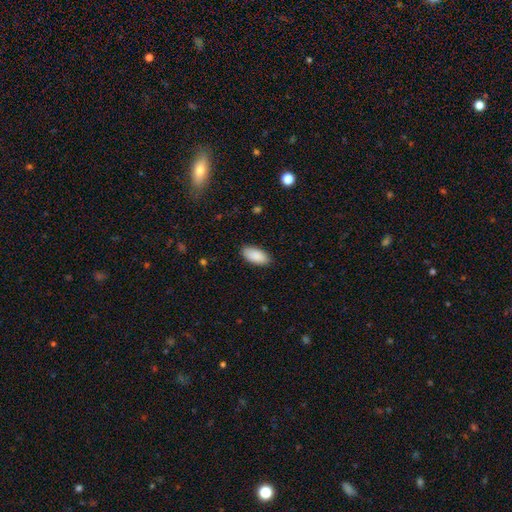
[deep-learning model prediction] Smooth or featured? Predicted: smooth (p=0.90). How rounded? Predicted: in between (p=0.93). Merging? Predicted: none (p=0.87).